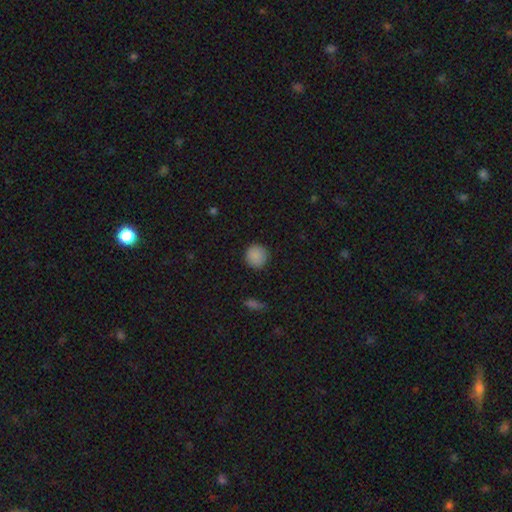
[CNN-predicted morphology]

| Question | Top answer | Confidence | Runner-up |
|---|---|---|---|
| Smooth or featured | smooth | 88% | star or artifact (9%) |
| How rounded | round | 94% | in between (5%) |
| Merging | none | 90% | minor disturbance (7%) |